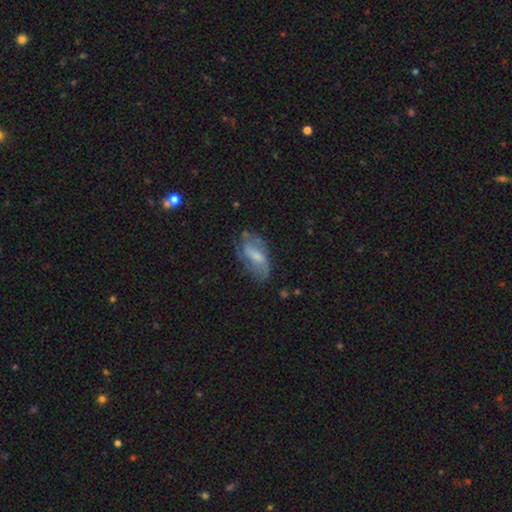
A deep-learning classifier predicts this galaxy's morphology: Smooth or featured? featured or disk (49%)
Merging? none (52%)